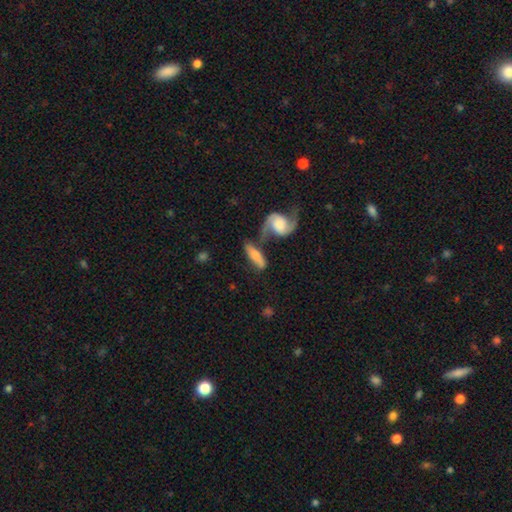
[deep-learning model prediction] This is possibly a featured or disk galaxy (48%). Merging: marginally none (38%).